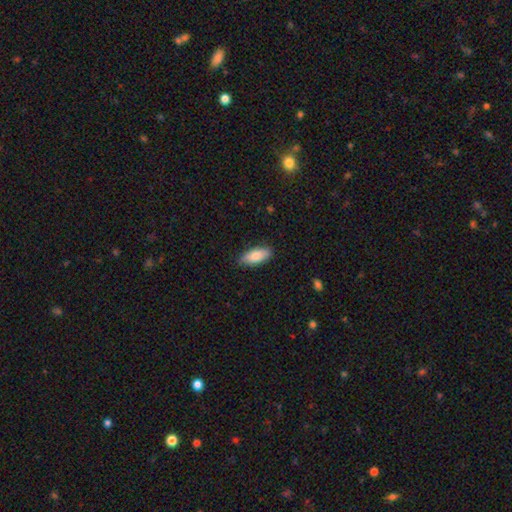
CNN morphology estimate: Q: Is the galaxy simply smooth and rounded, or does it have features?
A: smooth — 82%.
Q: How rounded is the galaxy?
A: in between — 81%.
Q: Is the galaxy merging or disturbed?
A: none — 86%.